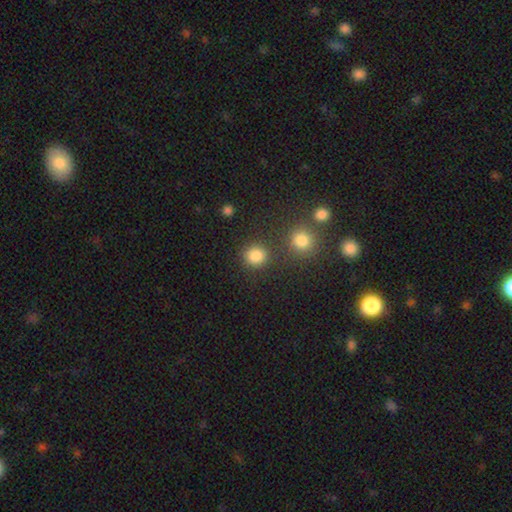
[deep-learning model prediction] Q: Smooth or featured?
A: smooth (84%); runner-up: star or artifact (12%)
Q: How rounded?
A: round (88%); runner-up: in between (11%)
Q: Merging?
A: none (81%); runner-up: minor disturbance (8%)